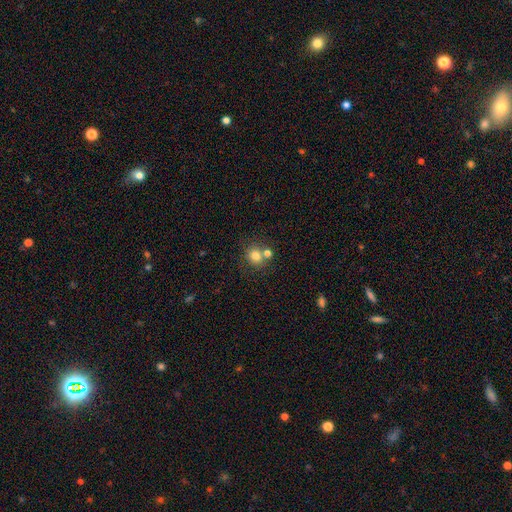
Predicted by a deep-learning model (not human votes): This is likely a smooth galaxy (79%). How rounded: clearly round (82%). Merging: possibly none (58%).